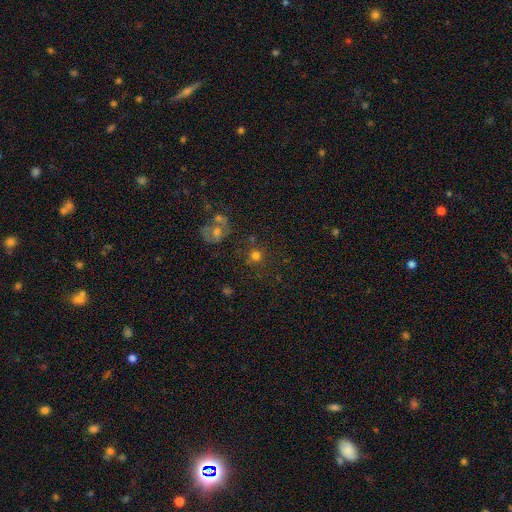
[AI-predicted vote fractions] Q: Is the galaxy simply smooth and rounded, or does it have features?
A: smooth — 67%.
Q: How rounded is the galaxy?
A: round — 90%.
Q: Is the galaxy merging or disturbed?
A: none — 70%.